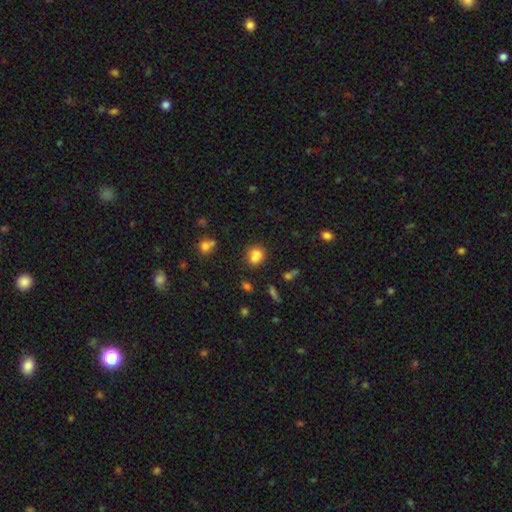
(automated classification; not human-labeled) Smooth or featured? smooth (77%)
How rounded? round (50%)
Merging? none (50%)